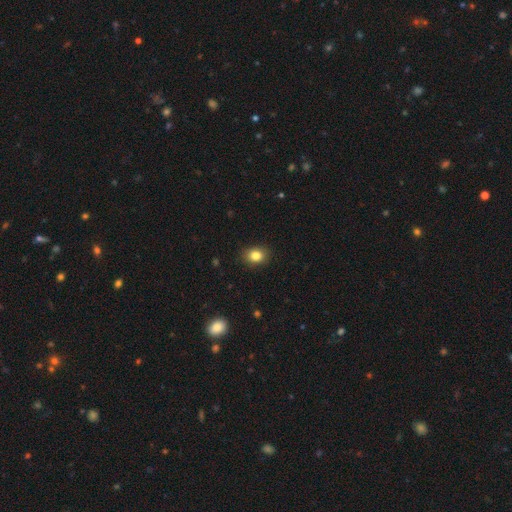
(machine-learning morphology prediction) Smooth or featured?
  - smooth: 84% *
  - star or artifact: 10%
  - featured or disk: 6%
How rounded?
  - round: 50% *
  - in between: 49%
  - cigar-shaped: 1%
Merging?
  - none: 89% *
  - minor disturbance: 8%
  - major disturbance: 2%
  - merger: 1%